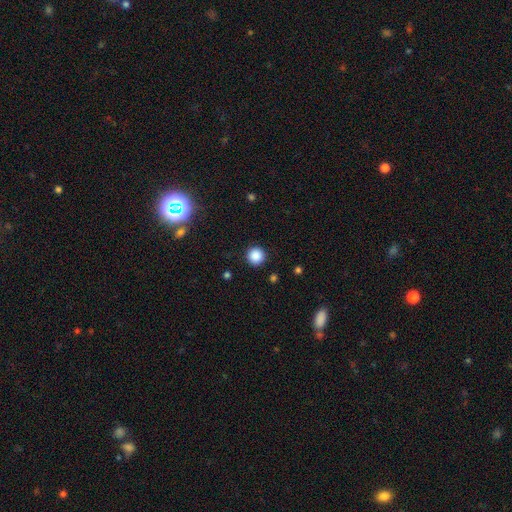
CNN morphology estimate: A smooth galaxy with no disk features (87%) that is round (95%).

Vote fractions:
- Smooth or featured? smooth: 87% / star or artifact: 10% / featured or disk: 3%
- How rounded? round: 95% / in between: 4% / cigar-shaped: 1%
- Merging? none: 91% / minor disturbance: 6% / major disturbance: 2% / merger: 1%